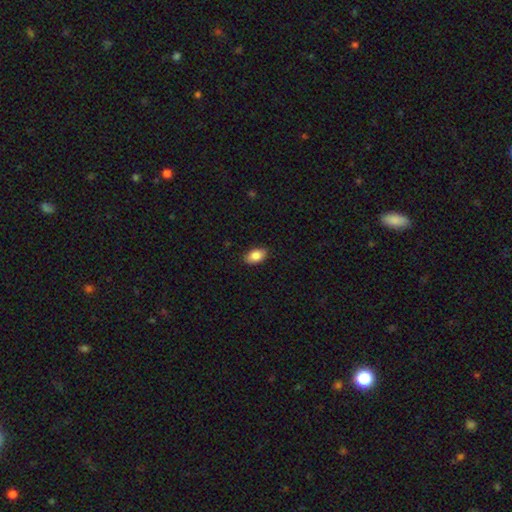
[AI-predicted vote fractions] Smooth or featured? Predicted: smooth (p=0.87). How rounded? Predicted: in between (p=0.91). Merging? Predicted: none (p=0.86).